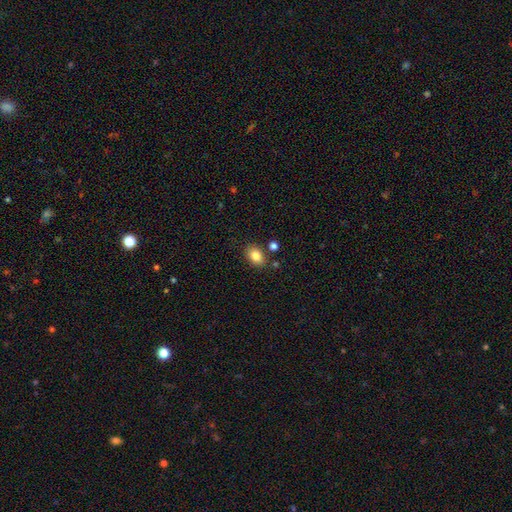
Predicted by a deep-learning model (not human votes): Smooth or featured?
  - smooth: 84% *
  - star or artifact: 9%
  - featured or disk: 7%
How rounded?
  - in between: 77% *
  - round: 22%
  - cigar-shaped: 1%
Merging?
  - none: 80% *
  - minor disturbance: 11%
  - merger: 6%
  - major disturbance: 3%